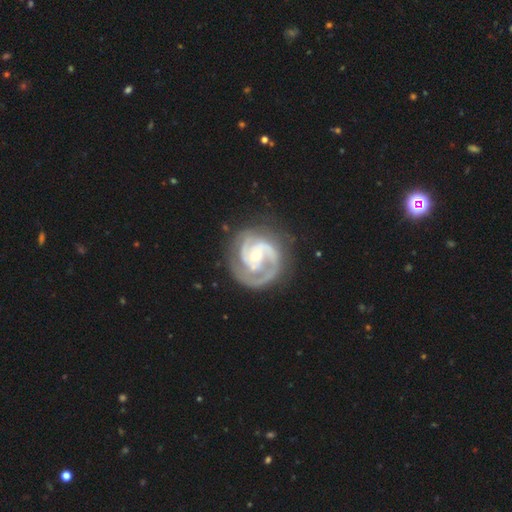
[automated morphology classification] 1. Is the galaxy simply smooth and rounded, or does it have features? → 91% featured or disk, 5% smooth, 4% star or artifact.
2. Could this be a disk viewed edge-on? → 98% no, 2% yes.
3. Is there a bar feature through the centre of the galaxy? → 51% no, 36% weak, 13% strong.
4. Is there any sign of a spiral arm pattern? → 98% yes, 2% no.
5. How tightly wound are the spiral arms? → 52% tight, 40% medium, 8% loose.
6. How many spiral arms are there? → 54% 2, 22% 3, 9% 1, 8% can't tell, 4% 4, 3% more than 4.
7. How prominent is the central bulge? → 53% small, 44% moderate, 2% large, 1% none, 1% dominant.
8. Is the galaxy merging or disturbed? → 67% none, 18% minor disturbance, 12% major disturbance, 2% merger.